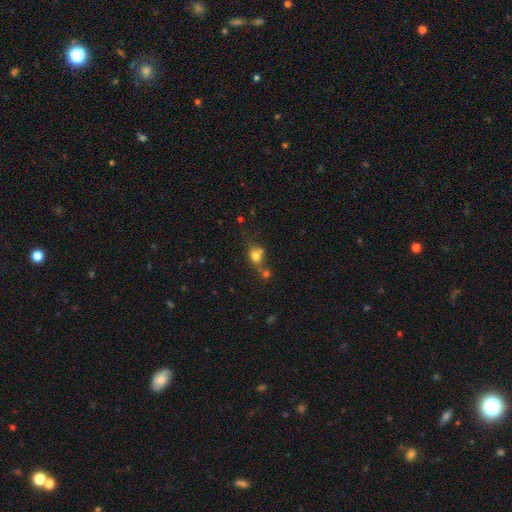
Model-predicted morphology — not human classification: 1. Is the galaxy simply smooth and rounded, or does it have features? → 73% smooth, 14% star or artifact, 13% featured or disk.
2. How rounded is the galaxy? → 69% round, 29% in between, 2% cigar-shaped.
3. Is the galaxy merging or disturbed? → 44% none, 36% merger, 13% minor disturbance, 6% major disturbance.